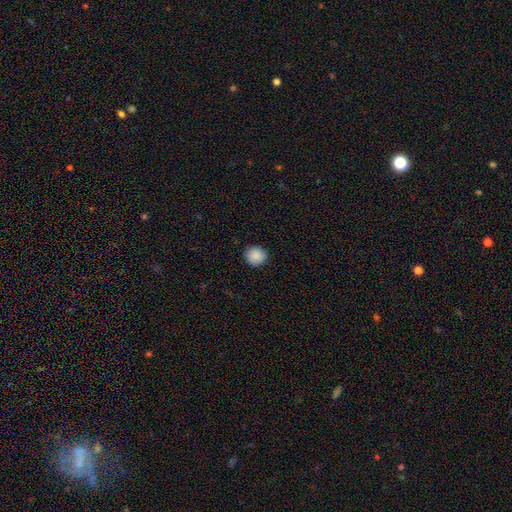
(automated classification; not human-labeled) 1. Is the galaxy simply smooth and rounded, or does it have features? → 89% smooth, 8% star or artifact, 3% featured or disk.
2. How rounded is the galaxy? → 90% round, 9% in between, 1% cigar-shaped.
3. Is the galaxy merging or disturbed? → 90% none, 7% minor disturbance, 2% major disturbance, 1% merger.